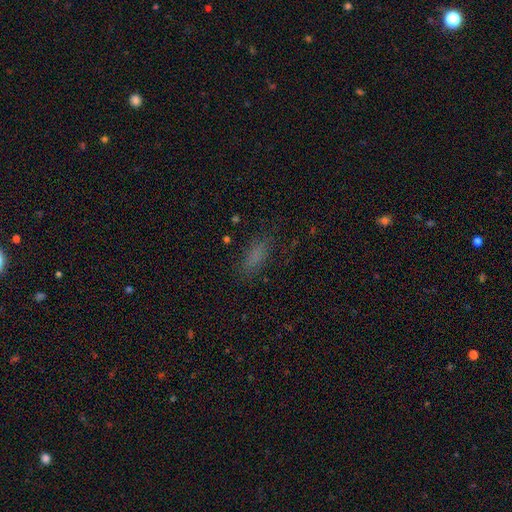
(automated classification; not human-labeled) Smooth or featured: smooth — 76% (star or artifact — 16%)
How rounded: in between — 66% (cigar-shaped — 30%)
Merging: none — 76% (minor disturbance — 16%)